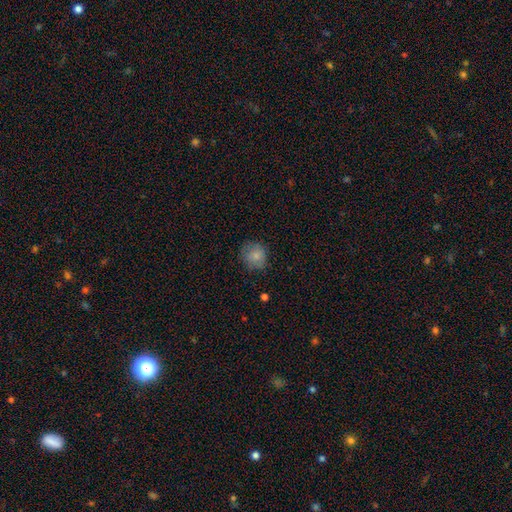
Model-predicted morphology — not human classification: The model was most divided on "merging": none: 77%, minor disturbance: 17%, major disturbance: 5%, merger: 1%. More confident: how rounded — round (86%); smooth or featured — smooth (83%).